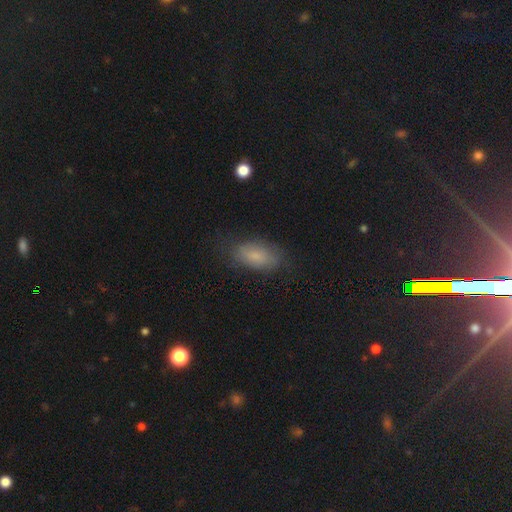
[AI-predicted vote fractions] Overall: smooth (75%). How rounded: in between (91%). Merging: none (73%).